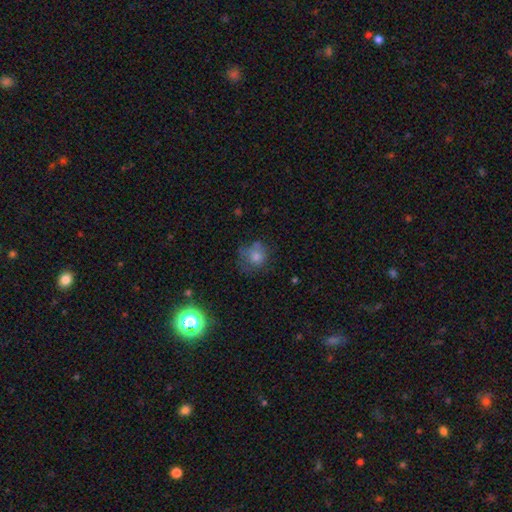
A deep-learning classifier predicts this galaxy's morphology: Overall: smooth (74%). How rounded: round (78%). Merging: none (50%; minor disturbance 26%).